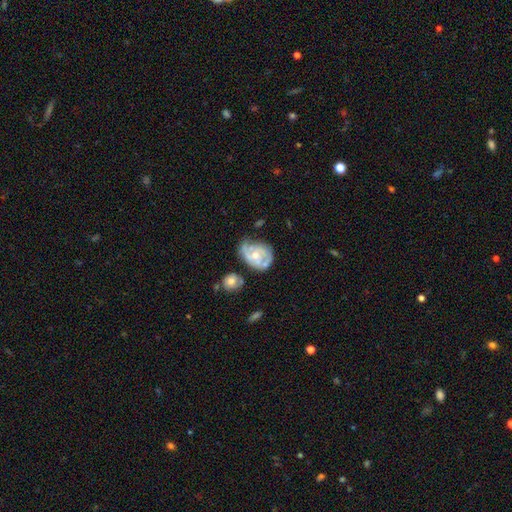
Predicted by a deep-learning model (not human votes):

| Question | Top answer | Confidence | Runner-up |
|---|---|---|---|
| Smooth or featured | featured or disk | 75% | smooth (19%) |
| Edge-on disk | no | 97% | yes (3%) |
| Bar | no | 67% | weak (28%) |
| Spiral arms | yes | 83% | no (17%) |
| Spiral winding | tight | 46% | medium (38%) |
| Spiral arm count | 2 | 47% | can't tell (26%) |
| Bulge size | moderate | 56% | small (37%) |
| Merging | none | 43% | minor disturbance (29%) |